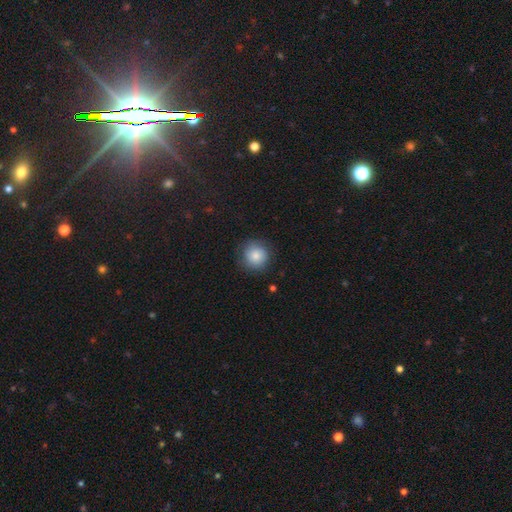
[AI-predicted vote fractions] A smooth galaxy with no disk features (82%) that is round (93%). Merging: none (83%).